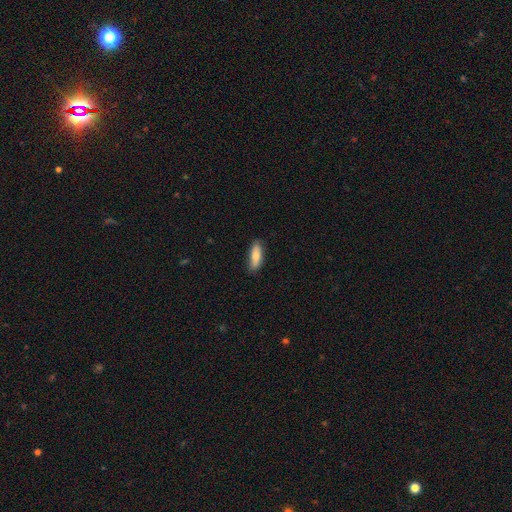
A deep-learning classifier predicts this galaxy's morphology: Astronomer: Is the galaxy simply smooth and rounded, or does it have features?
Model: smooth — 74%.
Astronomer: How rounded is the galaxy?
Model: in between — 59% (runner-up: cigar-shaped, 39%).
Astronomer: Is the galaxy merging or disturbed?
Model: none — 83%.